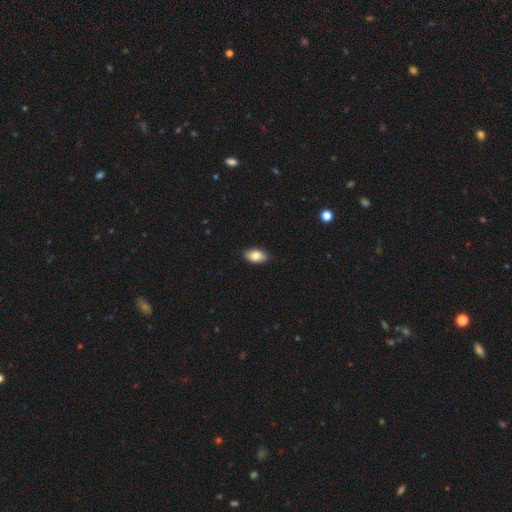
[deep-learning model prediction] This appears to be a smooth galaxy with no disk features (82%) that is in between round and cigar-shaped (93%). Merging: none (88%).